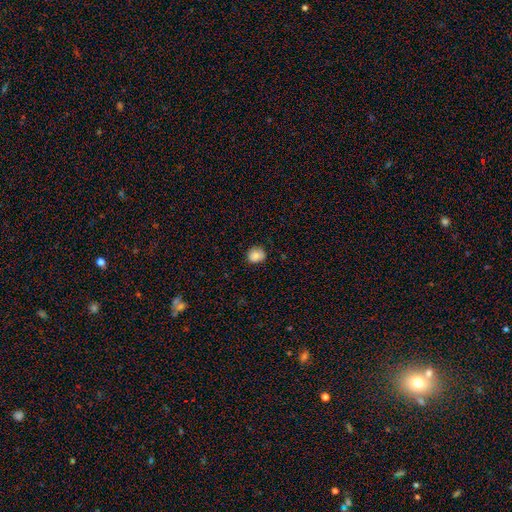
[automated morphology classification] This is clearly a smooth galaxy (84%). How rounded: clearly round (81%). Merging: clearly none (82%).